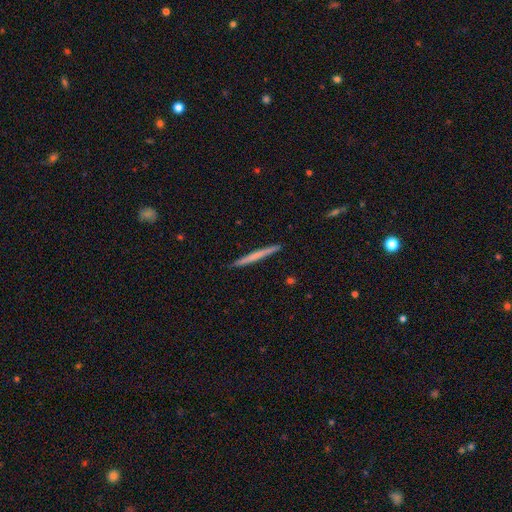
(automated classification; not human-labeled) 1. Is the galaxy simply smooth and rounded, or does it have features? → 53% smooth, 41% featured or disk, 5% star or artifact.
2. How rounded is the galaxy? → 97% cigar-shaped, 2% in between, 1% round.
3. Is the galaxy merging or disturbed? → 92% none, 6% minor disturbance, 1% major disturbance, 1% merger.